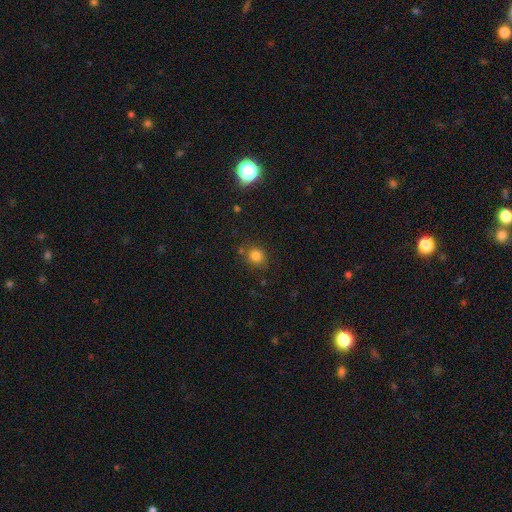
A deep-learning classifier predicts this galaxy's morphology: smooth 80%, star or artifact 14%, featured or disk 6%. Down the decision tree: how rounded — round (82%); merging — none (77%).